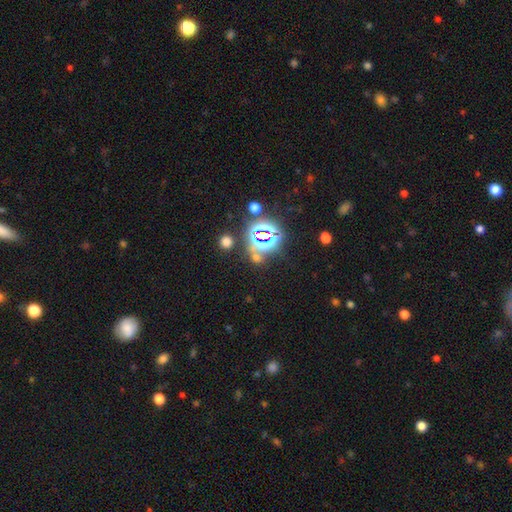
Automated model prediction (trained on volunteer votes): Smooth or featured? Predicted: star or artifact (p=0.63).